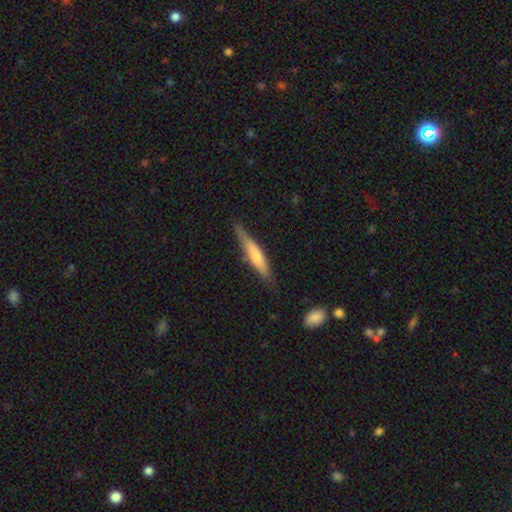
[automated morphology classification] type=smooth (61%); roundness=cigar-shaped (88%); merging=none (75%).